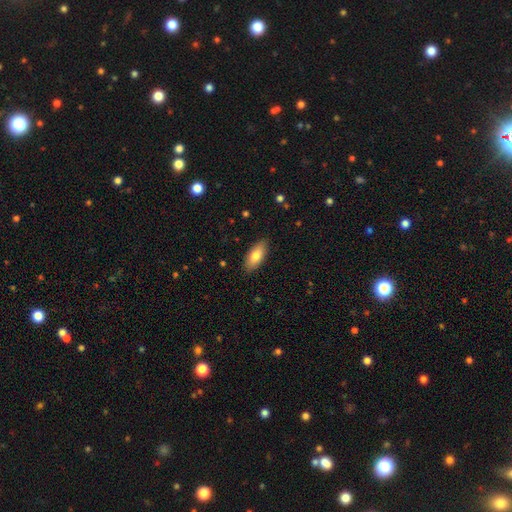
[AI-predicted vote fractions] smooth-or-featured: smooth: 78% | featured or disk: 15% | star or artifact: 6%
  how-rounded: in between: 87% | cigar-shaped: 11% | round: 2%
  merging: none: 87% | minor disturbance: 10% | major disturbance: 2% | merger: 1%